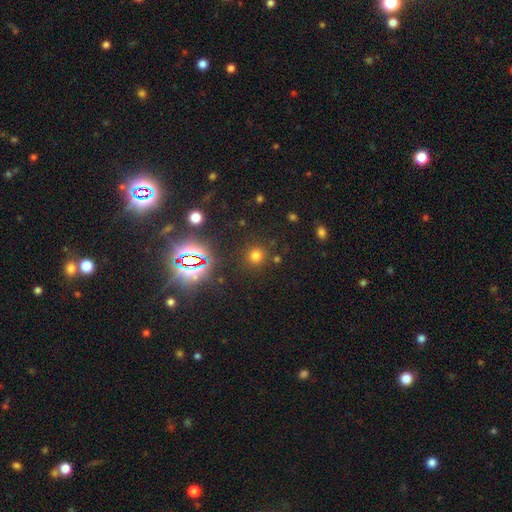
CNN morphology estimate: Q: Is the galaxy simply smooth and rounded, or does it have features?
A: smooth — 68%.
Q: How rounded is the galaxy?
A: round — 93%.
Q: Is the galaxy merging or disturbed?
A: none — 88%.